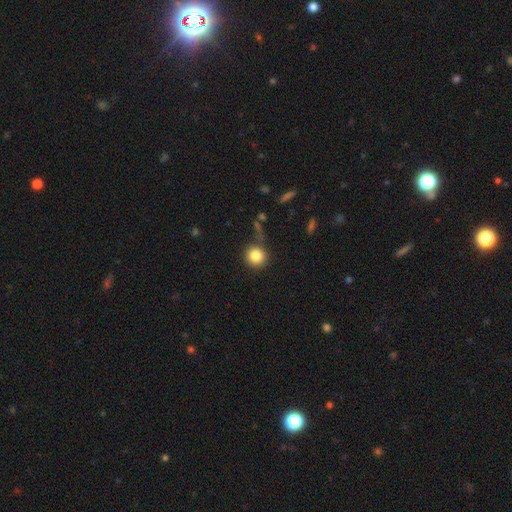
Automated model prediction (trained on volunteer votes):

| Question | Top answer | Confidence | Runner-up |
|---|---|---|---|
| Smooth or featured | smooth | 84% | star or artifact (10%) |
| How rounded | round | 92% | in between (7%) |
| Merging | none | 76% | minor disturbance (13%) |